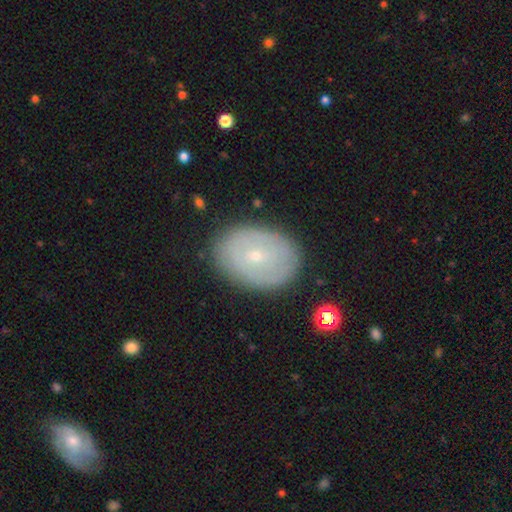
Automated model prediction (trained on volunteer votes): Morphology: type=featured or disk (50%); edge-on=no (94%); merging=none (83%).